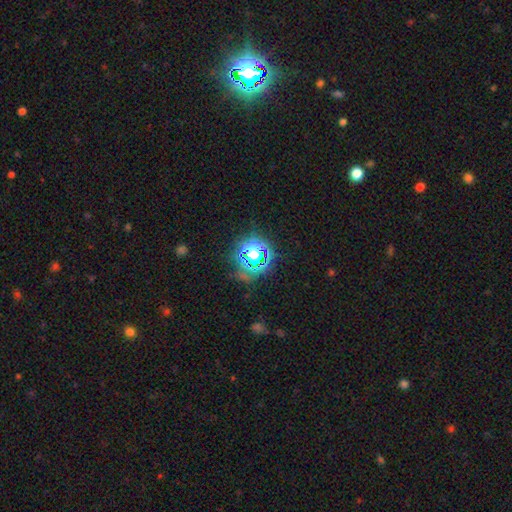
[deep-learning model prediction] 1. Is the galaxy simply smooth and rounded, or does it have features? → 75% star or artifact, 18% smooth, 7% featured or disk.